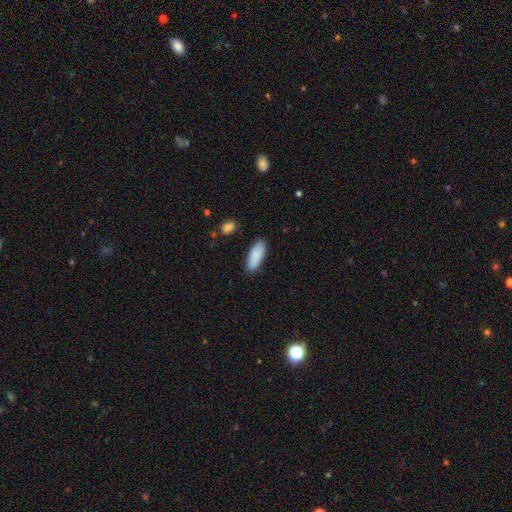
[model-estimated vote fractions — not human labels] This is clearly a smooth galaxy (88%). How rounded: likely in between (75%). Merging: clearly none (83%).